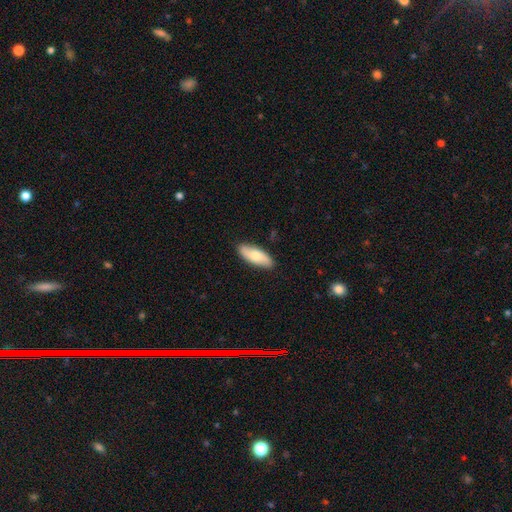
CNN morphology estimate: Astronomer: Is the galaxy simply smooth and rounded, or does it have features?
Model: smooth — 65%.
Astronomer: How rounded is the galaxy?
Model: in between — 72%.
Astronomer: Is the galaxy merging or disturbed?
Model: none — 87%.